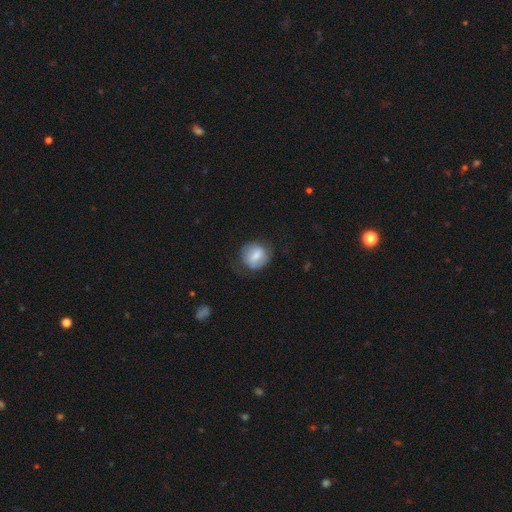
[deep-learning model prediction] Smooth or featured: smooth — 69% (featured or disk — 24%)
How rounded: round — 80% (in between — 19%)
Merging: none — 67% (minor disturbance — 21%)